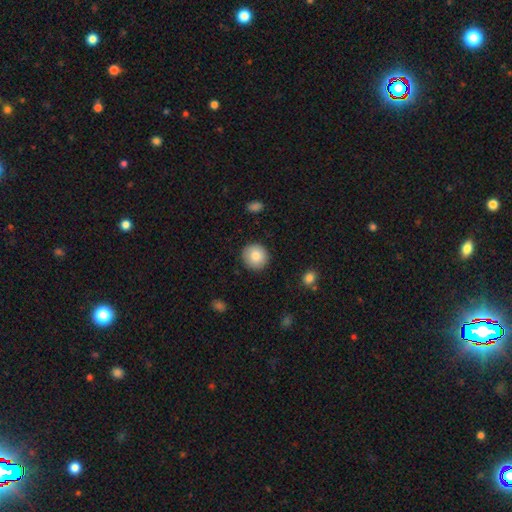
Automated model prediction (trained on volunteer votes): A smooth galaxy with no disk features (83%) that is round (93%).

Vote fractions:
- Smooth or featured? smooth: 83% / featured or disk: 10% / star or artifact: 8%
- How rounded? round: 93% / in between: 6% / cigar-shaped: 1%
- Merging? none: 91% / minor disturbance: 6% / major disturbance: 2% / merger: 1%